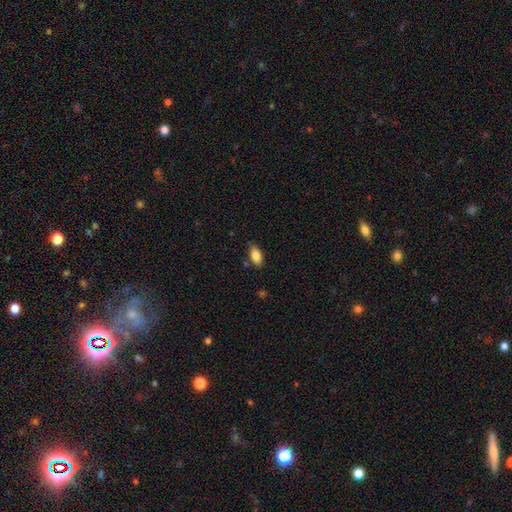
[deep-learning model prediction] Overall: smooth (81%). How rounded: in between (88%). Merging: none (75%).